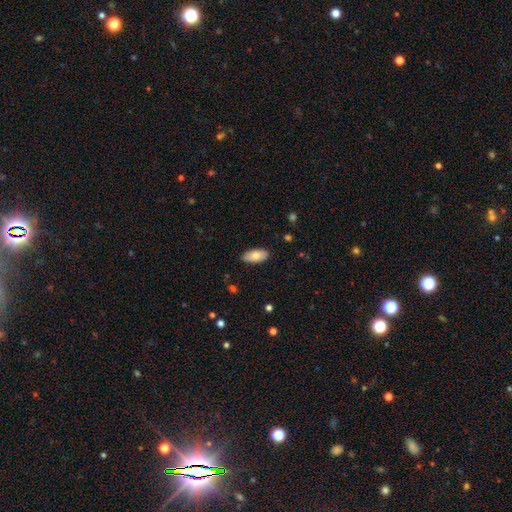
A smooth galaxy with no disk features (76%) that is in between round and cigar-shaped (100%). Merging: none (94%).